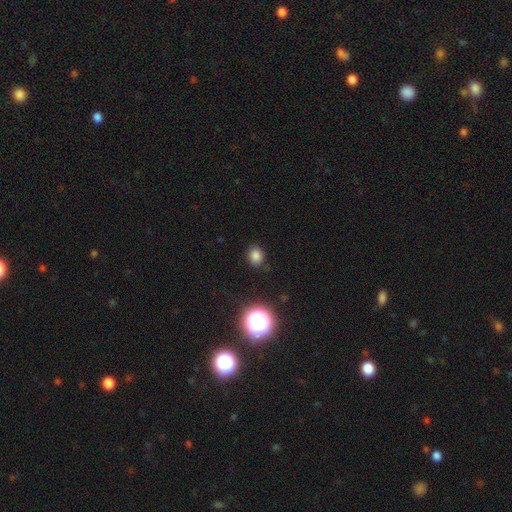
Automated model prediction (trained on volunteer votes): smooth-or-featured: smooth: 79% | star or artifact: 16% | featured or disk: 5%
  how-rounded: round: 59% | in between: 40% | cigar-shaped: 1%
  merging: none: 84% | minor disturbance: 12% | major disturbance: 3% | merger: 2%